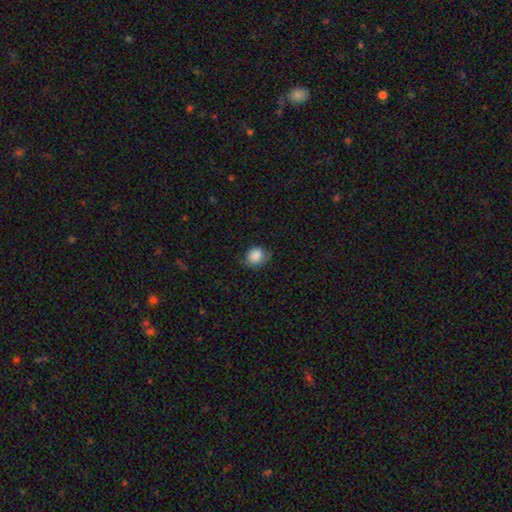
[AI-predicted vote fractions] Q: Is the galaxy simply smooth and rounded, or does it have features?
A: smooth — 86%.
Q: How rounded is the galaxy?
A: round — 60%.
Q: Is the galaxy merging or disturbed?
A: none — 65%.